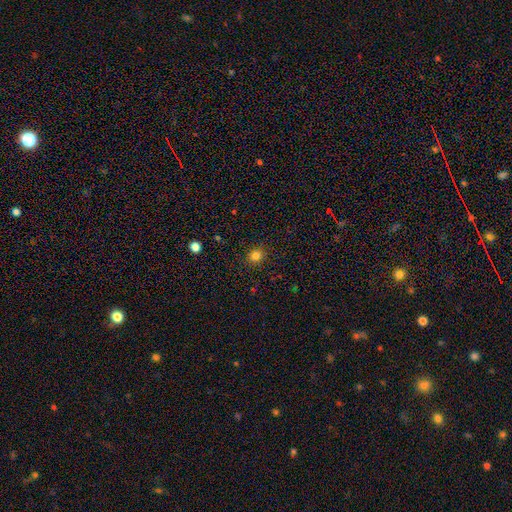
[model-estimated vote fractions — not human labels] This is clearly a smooth galaxy (81%). How rounded: clearly round (82%). Merging: clearly none (90%).